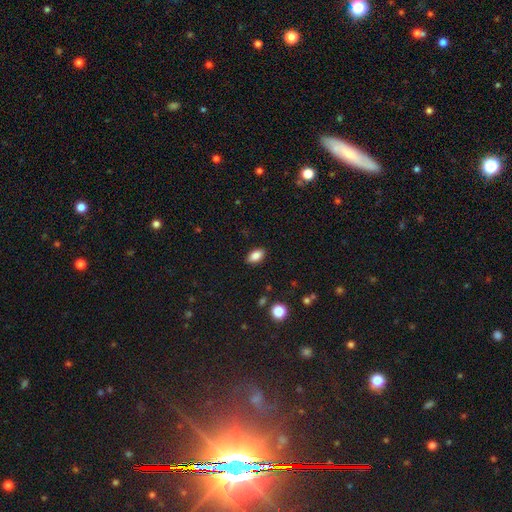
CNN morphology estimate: A smooth galaxy with no disk features (86%) that is in between round and cigar-shaped (91%).

Vote fractions:
- Smooth or featured? smooth: 86% / star or artifact: 9% / featured or disk: 5%
- How rounded? in between: 91% / round: 6% / cigar-shaped: 3%
- Merging? none: 88% / minor disturbance: 9% / major disturbance: 2% / merger: 1%